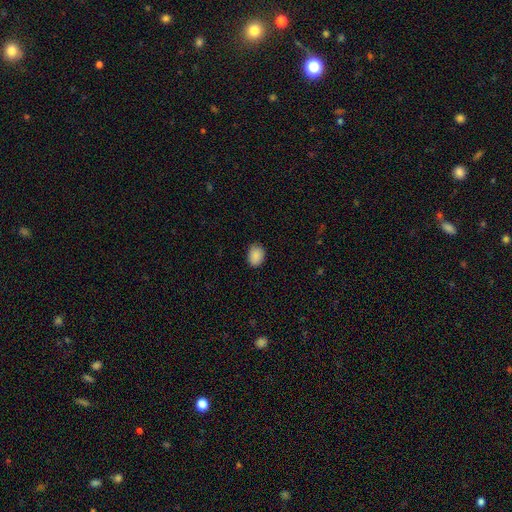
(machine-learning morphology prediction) smooth-or-featured: smooth: 89% | star or artifact: 8% | featured or disk: 3%
  how-rounded: in between: 68% | round: 32% | cigar-shaped: 1%
  merging: none: 82% | minor disturbance: 15% | major disturbance: 3% | merger: 1%